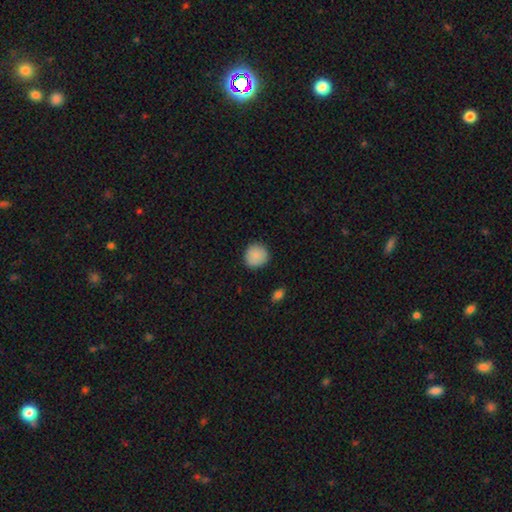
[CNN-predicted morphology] Overall: smooth (89%). How rounded: round (92%). Merging: none (89%).